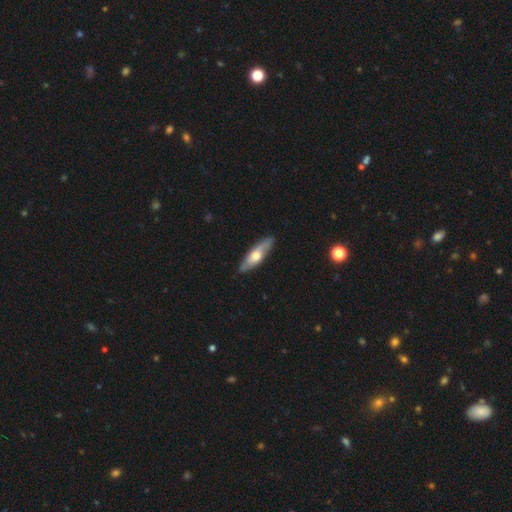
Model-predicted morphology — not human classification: A featured or disk galaxy (49%). Merging: none (85%).